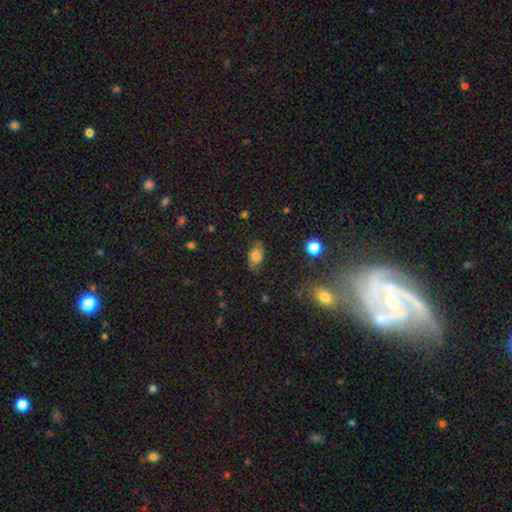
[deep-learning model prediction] smooth 70%, featured or disk 20%, star or artifact 10%. Down the decision tree: how rounded — in between (90%); merging — none (80%).